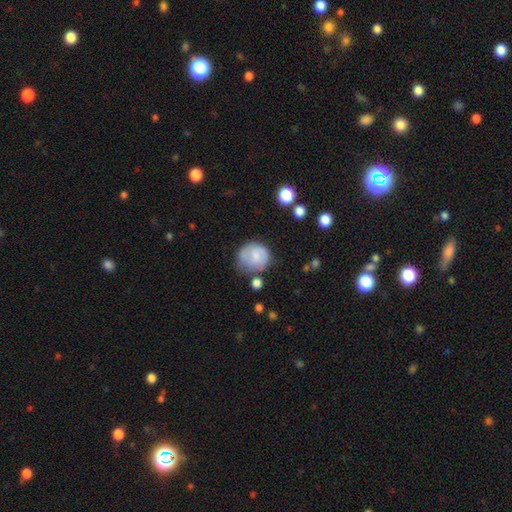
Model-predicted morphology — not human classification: Smooth or featured: smooth — 71% (featured or disk — 21%)
How rounded: round — 78% (in between — 21%)
Merging: none — 50% (minor disturbance — 30%)